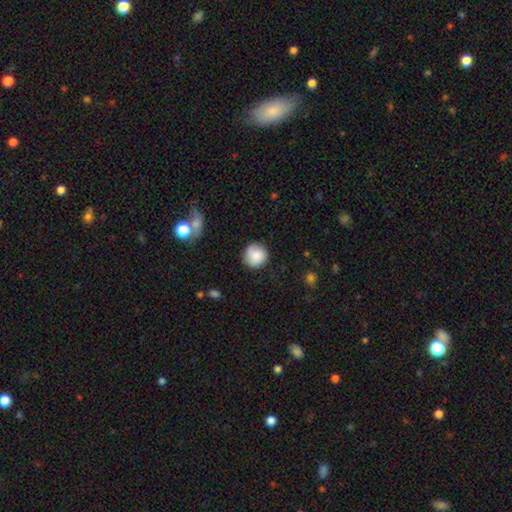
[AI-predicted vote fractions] smooth 83%, featured or disk 10%, star or artifact 8%. Down the decision tree: how rounded — round (93%); merging — none (83%).